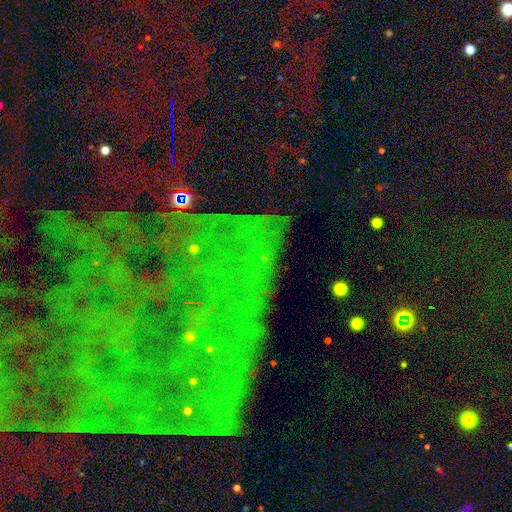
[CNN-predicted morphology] smooth_or_featured: star or artifact (p=0.77) [alt: featured or disk p=0.13]